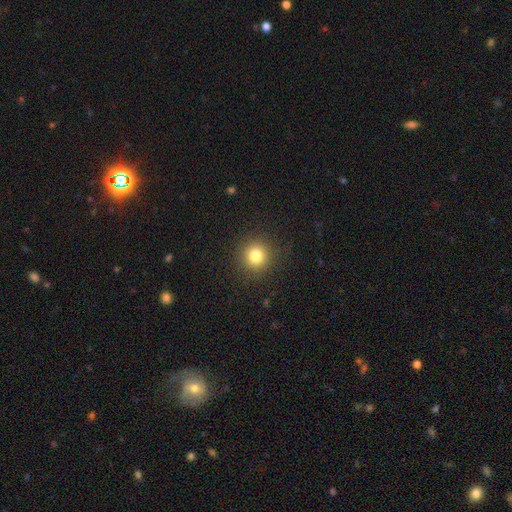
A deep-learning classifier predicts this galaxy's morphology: smooth-or-featured: smooth: 80% | star or artifact: 13% | featured or disk: 7%
  how-rounded: round: 93% | in between: 6% | cigar-shaped: 1%
  merging: none: 90% | minor disturbance: 6% | major disturbance: 3% | merger: 1%